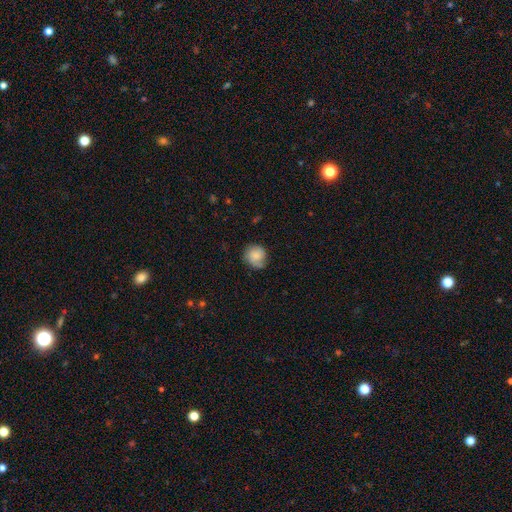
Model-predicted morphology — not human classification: smooth 71%, featured or disk 21%, star or artifact 8%. Down the decision tree: how rounded — round (84%); merging — none (64%).